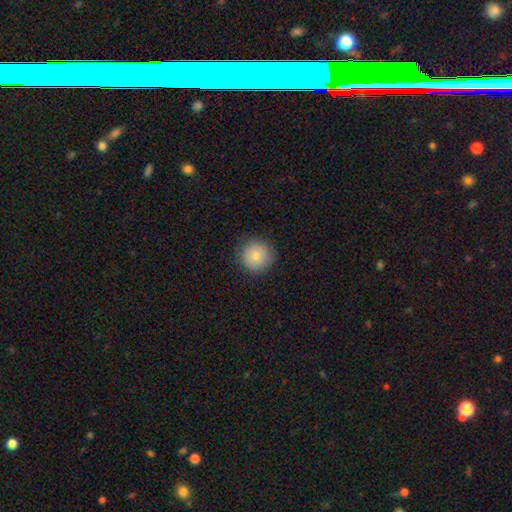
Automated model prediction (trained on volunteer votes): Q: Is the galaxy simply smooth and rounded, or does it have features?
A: smooth — 78%.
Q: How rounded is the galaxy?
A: round — 95%.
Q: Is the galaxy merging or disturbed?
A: none — 86%.